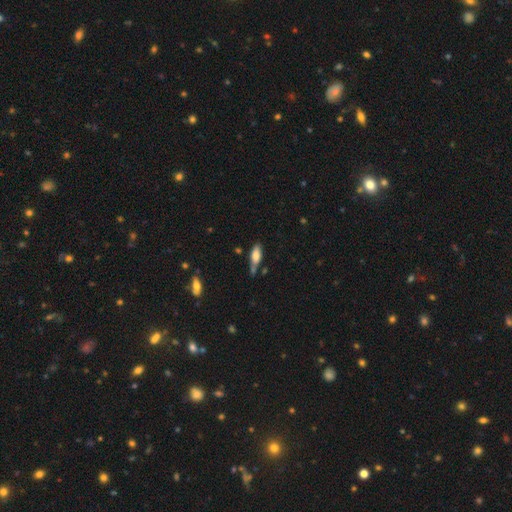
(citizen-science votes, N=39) smooth_or_featured: smooth (p=0.72) [alt: featured or disk p=0.23]
how_rounded: in between (p=0.61) [alt: cigar-shaped p=0.39]
merging: none (p=0.46) [alt: minor disturbance p=0.30]